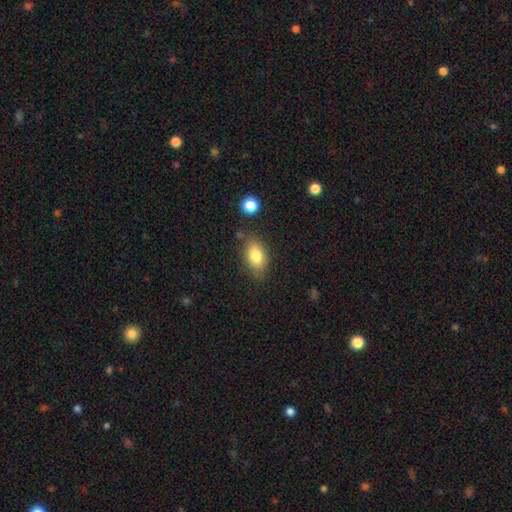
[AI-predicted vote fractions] This is clearly a smooth galaxy (81%). How rounded: clearly in between (84%). Merging: likely none (76%).